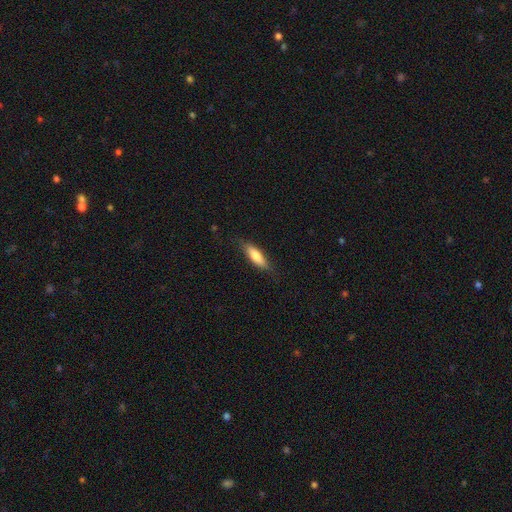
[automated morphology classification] This appears to be a smooth galaxy with no disk features (76%) that is cigar-shaped (54%). Merging: none (79%).